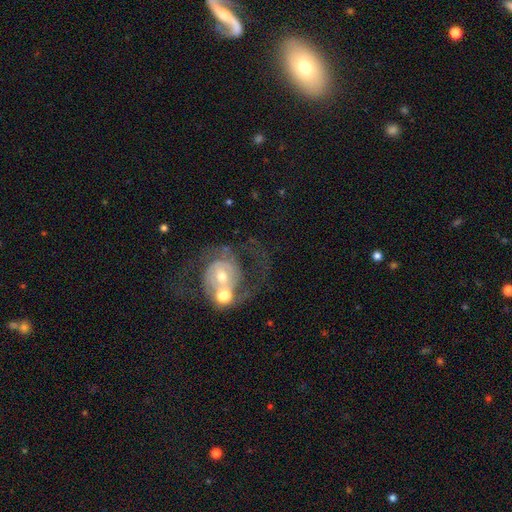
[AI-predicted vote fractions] Smooth or featured? featured or disk (77%)
Edge-on disk? no (97%)
Bar? no (63%)
Spiral arms? yes (84%)
Spiral winding? medium (45%)
Spiral arm count? 2 (68%)
Bulge size? moderate (46%)
Merging? none (36%)